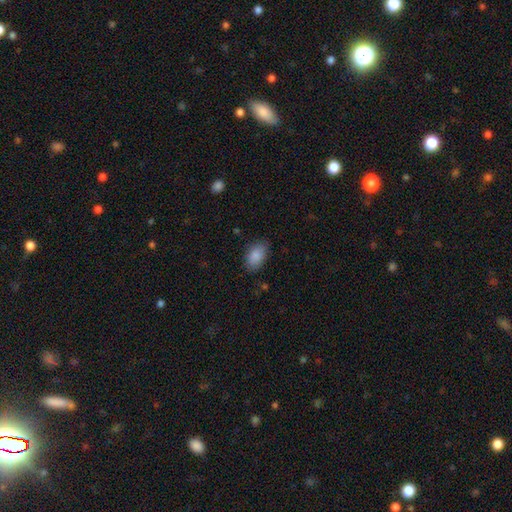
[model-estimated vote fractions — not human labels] smooth_or_featured: smooth (p=0.88) [alt: star or artifact p=0.07]
how_rounded: in between (p=0.91) [alt: round p=0.07]
merging: none (p=0.82) [alt: minor disturbance p=0.14]